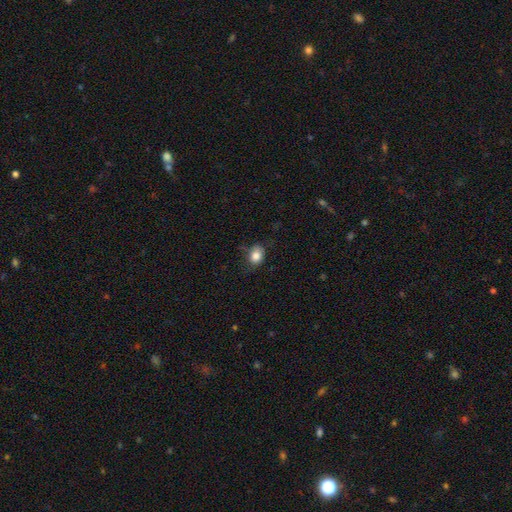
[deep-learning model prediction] smooth-or-featured: smooth: 83% | star or artifact: 9% | featured or disk: 7%
  how-rounded: in between: 52% | round: 47% | cigar-shaped: 1%
  merging: none: 66% | minor disturbance: 25% | major disturbance: 7% | merger: 2%